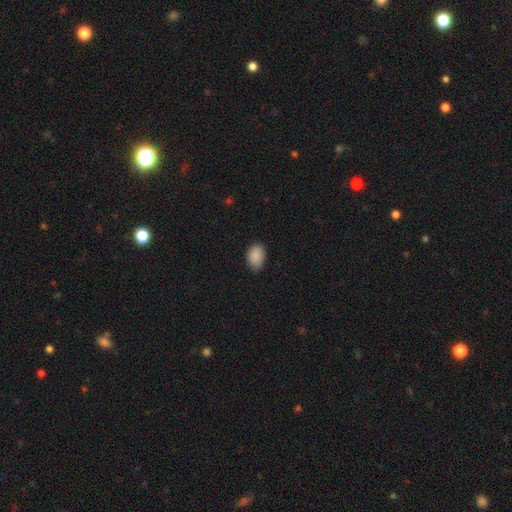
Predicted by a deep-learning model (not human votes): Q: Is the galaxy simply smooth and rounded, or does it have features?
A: smooth — 89%.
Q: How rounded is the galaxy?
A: in between — 85%.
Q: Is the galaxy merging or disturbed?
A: none — 82%.